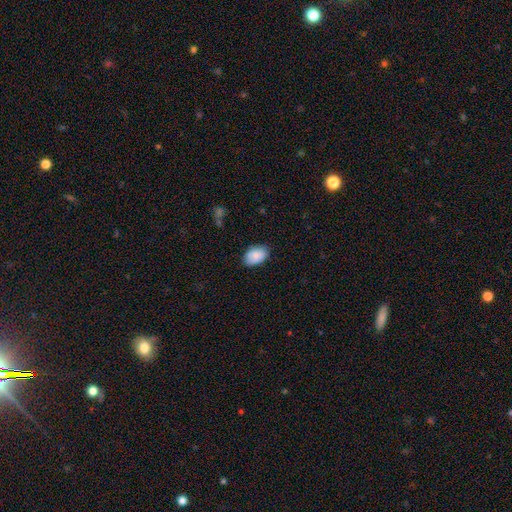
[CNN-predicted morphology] This appears to be a smooth galaxy with no disk features (84%) that is in between round and cigar-shaped (90%). Merging: none (78%).